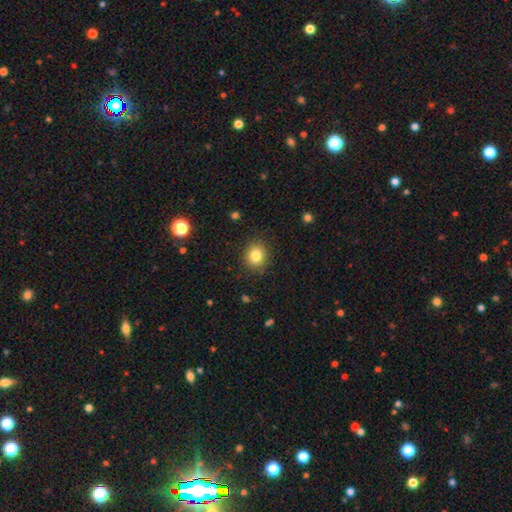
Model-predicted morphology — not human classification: smooth-or-featured: smooth: 82% | star or artifact: 11% | featured or disk: 7%
  how-rounded: round: 75% | in between: 24% | cigar-shaped: 1%
  merging: none: 88% | minor disturbance: 8% | major disturbance: 3% | merger: 1%